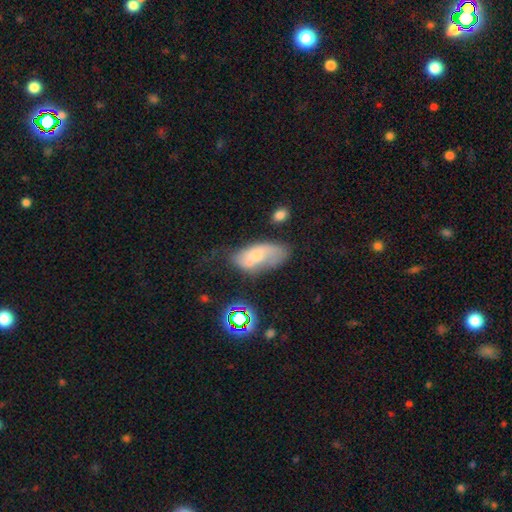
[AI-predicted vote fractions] Smooth or featured? smooth (56%)
How rounded? in between (90%)
Merging? none (36%)